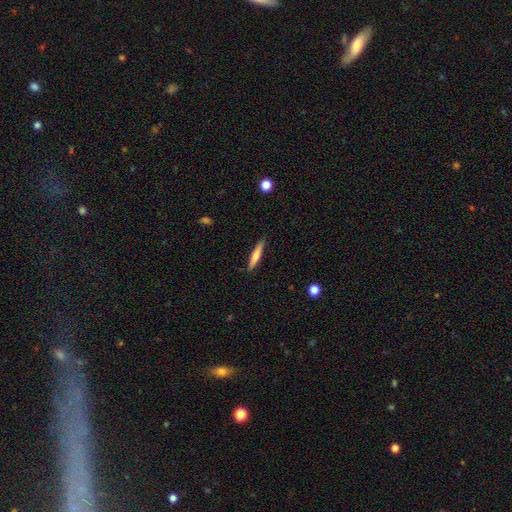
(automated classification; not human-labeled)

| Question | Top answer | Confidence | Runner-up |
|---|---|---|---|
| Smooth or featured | smooth | 62% | featured or disk (32%) |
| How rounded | cigar-shaped | 91% | in between (7%) |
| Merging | none | 88% | minor disturbance (9%) |